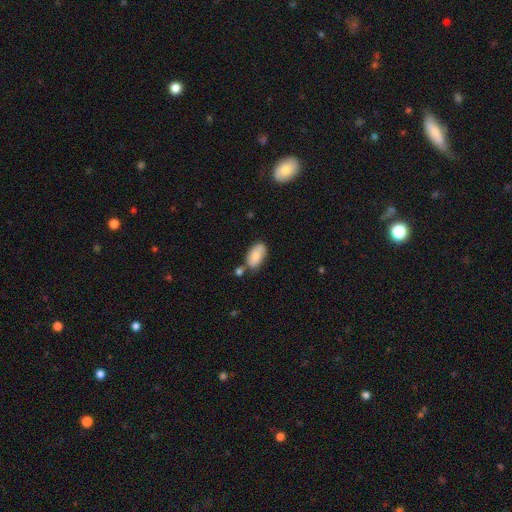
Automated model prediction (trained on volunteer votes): Q: Smooth or featured?
A: smooth (80%); runner-up: featured or disk (13%)
Q: How rounded?
A: in between (94%); runner-up: round (4%)
Q: Merging?
A: none (60%); runner-up: minor disturbance (20%)